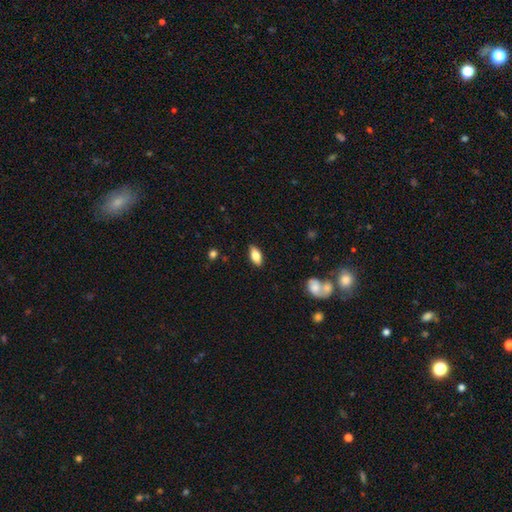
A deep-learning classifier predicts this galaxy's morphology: smooth-or-featured: smooth: 76% | featured or disk: 17% | star or artifact: 7%
  how-rounded: in between: 87% | cigar-shaped: 9% | round: 3%
  merging: none: 88% | minor disturbance: 9% | major disturbance: 2% | merger: 2%